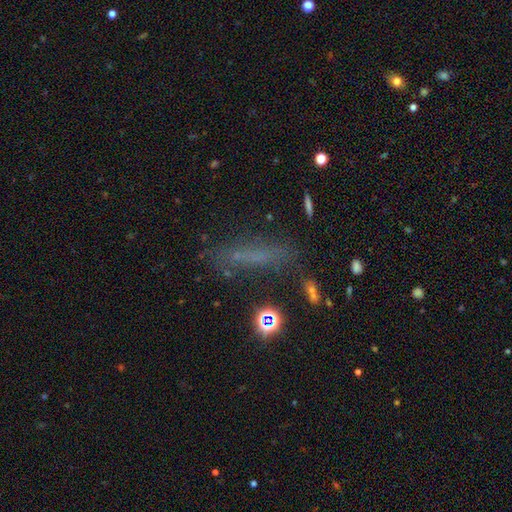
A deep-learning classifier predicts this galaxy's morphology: Smooth or featured? Predicted: smooth (p=0.49). Merging? Predicted: none (p=0.63).